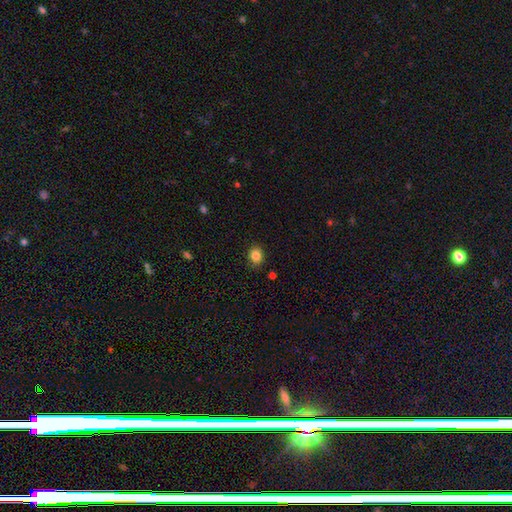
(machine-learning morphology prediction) A smooth galaxy with no disk features (85%) that is round (65%).

Vote fractions:
- Smooth or featured? smooth: 85% / star or artifact: 10% / featured or disk: 5%
- How rounded? round: 65% / in between: 34% / cigar-shaped: 1%
- Merging? none: 87% / minor disturbance: 9% / major disturbance: 2% / merger: 1%